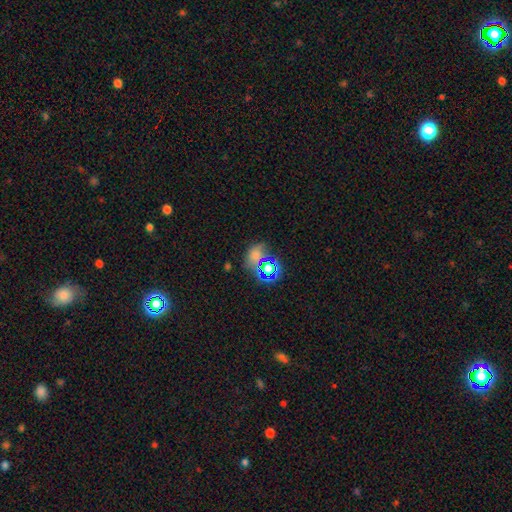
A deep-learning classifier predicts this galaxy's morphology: This is possibly a star or artifact rather than a galaxy (47%).